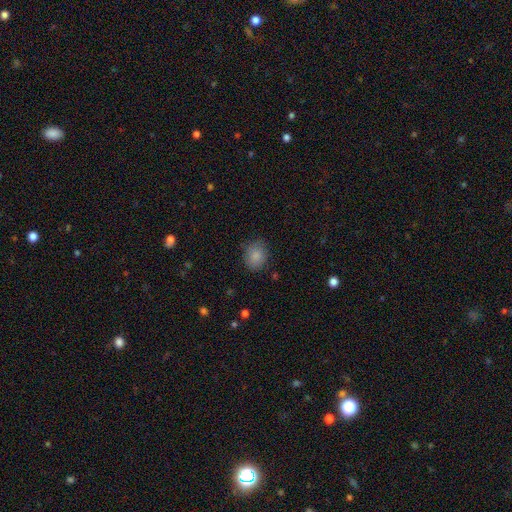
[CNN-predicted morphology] Overall: smooth (86%). How rounded: round (54%; in between 45%). Merging: none (81%).